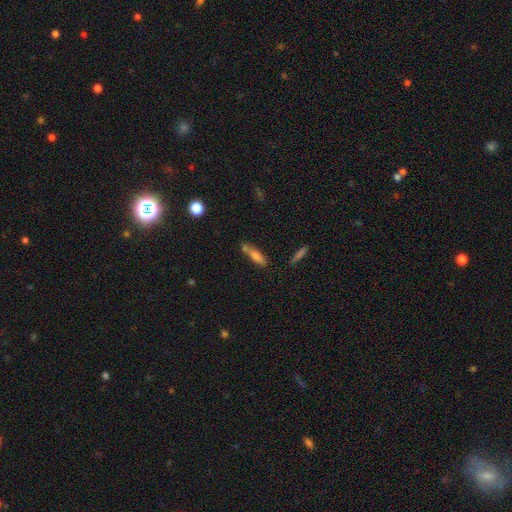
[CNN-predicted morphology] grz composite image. It shows a smooth galaxy with no disk features (67%) that is cigar-shaped (72%). Merging: none (60%).